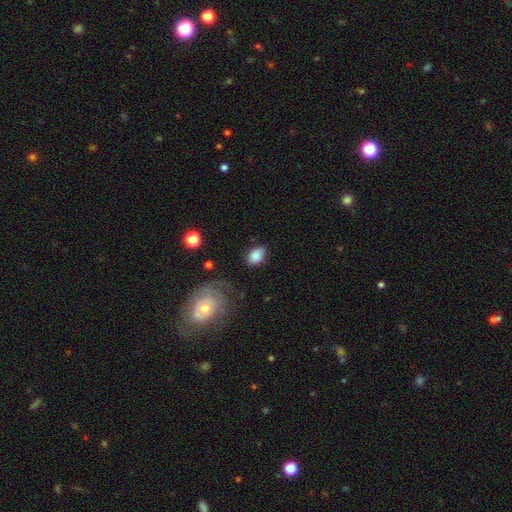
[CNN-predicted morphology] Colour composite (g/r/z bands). It shows a smooth galaxy with no disk features (83%) that is in between round and cigar-shaped (85%). Merging: none (78%).